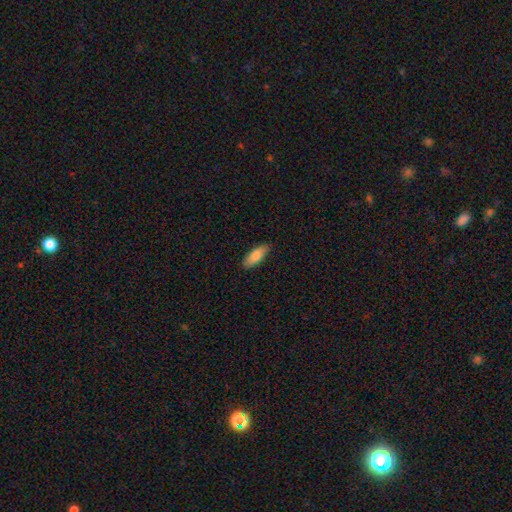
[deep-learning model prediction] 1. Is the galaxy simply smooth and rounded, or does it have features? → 84% smooth, 10% featured or disk, 6% star or artifact.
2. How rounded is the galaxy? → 70% in between, 28% cigar-shaped, 2% round.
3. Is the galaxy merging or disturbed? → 87% none, 10% minor disturbance, 2% major disturbance, 1% merger.